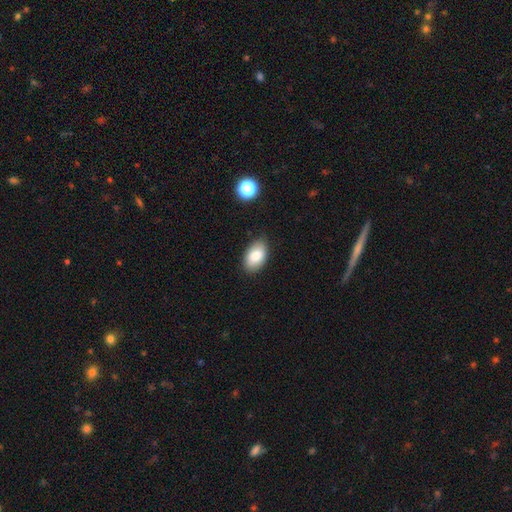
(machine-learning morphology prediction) type=smooth (84%); roundness=in between (93%); merging=none (84%).